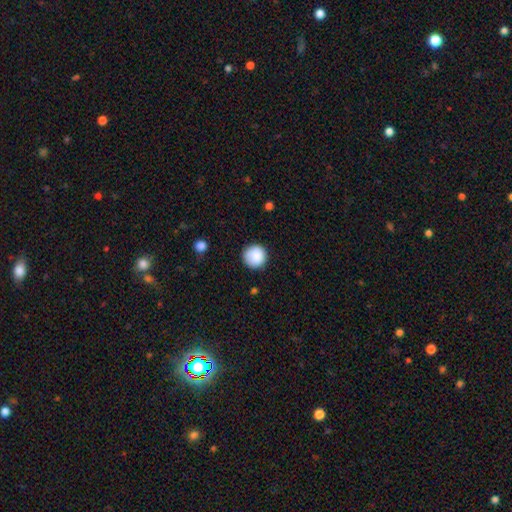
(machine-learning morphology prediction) A smooth galaxy with no disk features (87%) that is round (95%).

Vote fractions:
- Smooth or featured? smooth: 87% / star or artifact: 8% / featured or disk: 5%
- How rounded? round: 95% / in between: 4% / cigar-shaped: 1%
- Merging? none: 86% / minor disturbance: 10% / major disturbance: 2% / merger: 1%